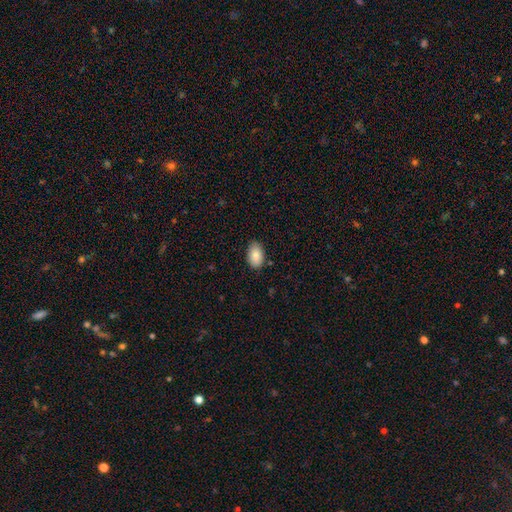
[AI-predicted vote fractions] Smooth or featured?
  - smooth: 86% *
  - featured or disk: 7%
  - star or artifact: 7%
How rounded?
  - in between: 92% *
  - round: 7%
  - cigar-shaped: 1%
Merging?
  - none: 84% *
  - minor disturbance: 13%
  - major disturbance: 2%
  - merger: 1%